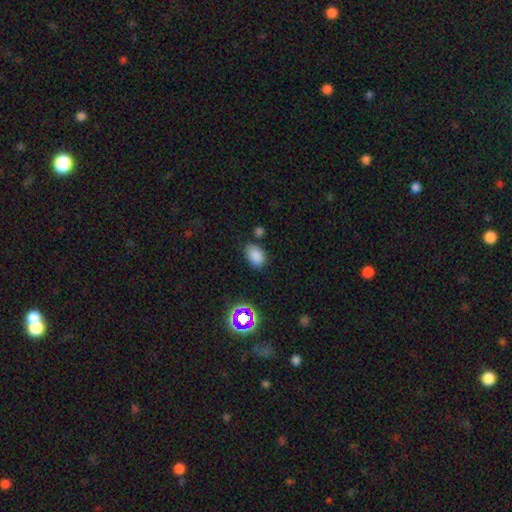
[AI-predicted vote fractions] This appears to be a smooth galaxy with no disk features (81%) that is in between round and cigar-shaped (85%). Merging: none (75%).